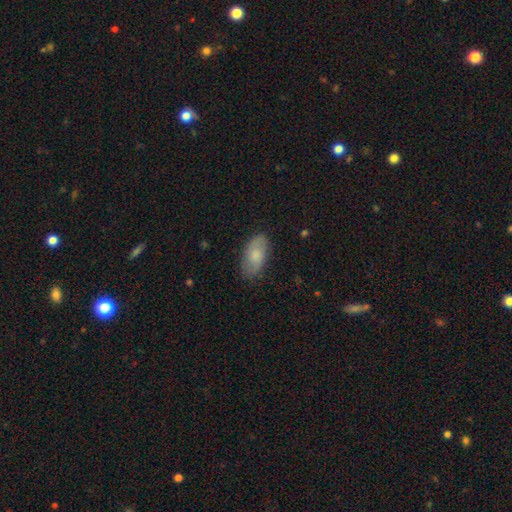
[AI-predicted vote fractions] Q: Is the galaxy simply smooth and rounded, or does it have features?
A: smooth — 74%.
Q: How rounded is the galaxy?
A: in between — 93%.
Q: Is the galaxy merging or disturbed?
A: none — 82%.